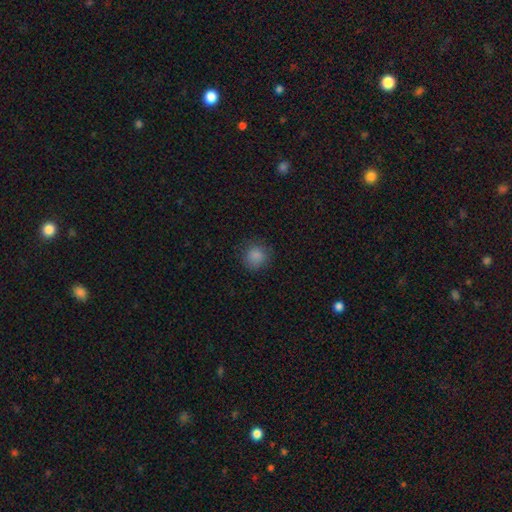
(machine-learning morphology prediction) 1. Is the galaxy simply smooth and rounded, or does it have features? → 85% smooth, 11% star or artifact, 4% featured or disk.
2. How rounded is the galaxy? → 89% round, 10% in between, 1% cigar-shaped.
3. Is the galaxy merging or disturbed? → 83% none, 13% minor disturbance, 4% major disturbance, 1% merger.